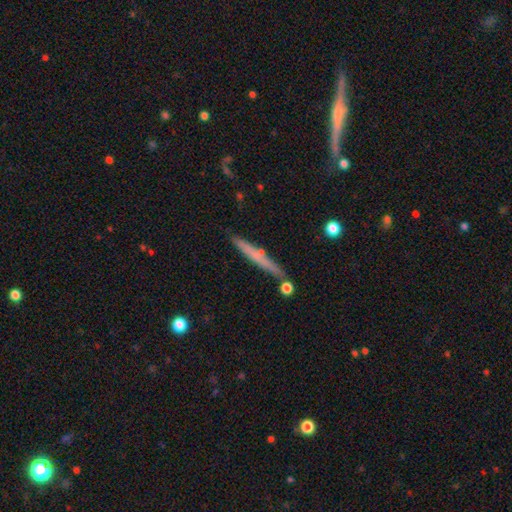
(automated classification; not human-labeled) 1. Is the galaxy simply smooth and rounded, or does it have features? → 51% smooth, 42% featured or disk, 7% star or artifact.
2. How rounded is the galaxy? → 95% cigar-shaped, 3% in between, 2% round.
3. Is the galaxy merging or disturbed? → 83% none, 11% minor disturbance, 4% merger, 2% major disturbance.